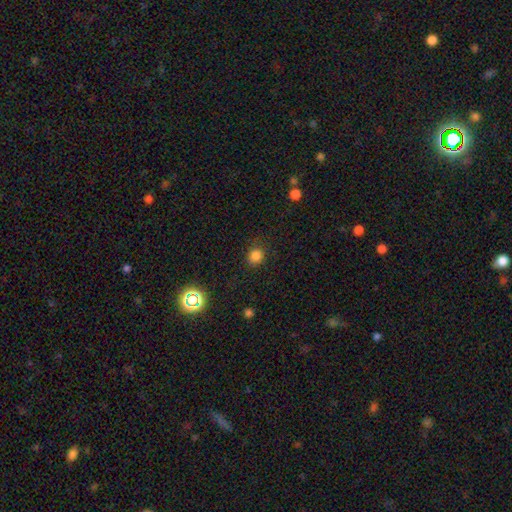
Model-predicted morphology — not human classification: Smooth or featured: smooth — 82% (star or artifact — 14%)
How rounded: round — 78% (in between — 21%)
Merging: none — 85% (minor disturbance — 11%)